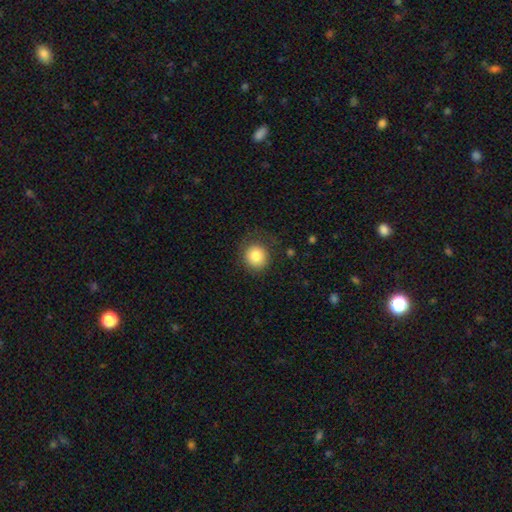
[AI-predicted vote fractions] A smooth galaxy with no disk features (83%) that is round (89%). Merging: none (78%).